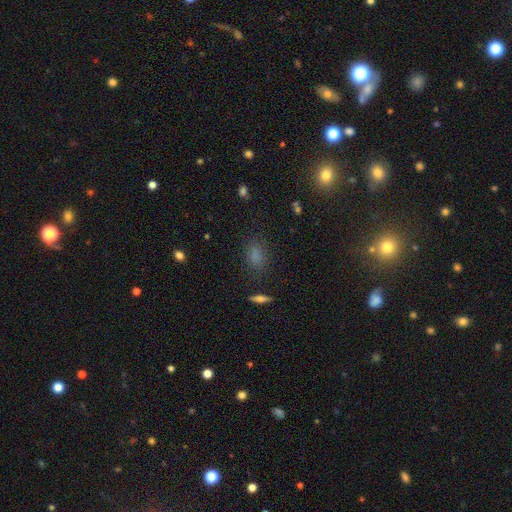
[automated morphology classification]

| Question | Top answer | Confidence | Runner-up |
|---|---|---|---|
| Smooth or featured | smooth | 76% | star or artifact (17%) |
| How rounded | in between | 75% | round (21%) |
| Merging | none | 79% | minor disturbance (14%) |